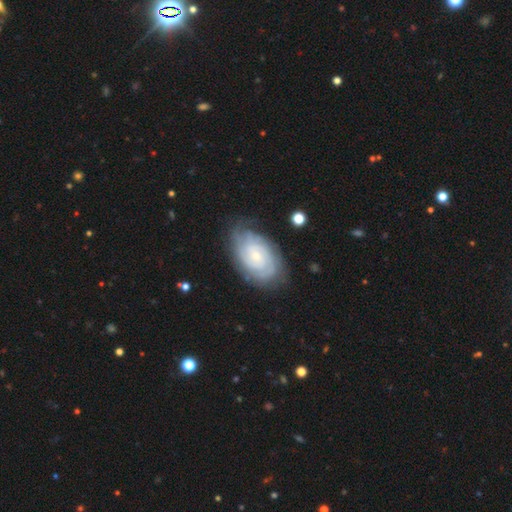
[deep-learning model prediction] Overall: featured or disk (77%). Edge-on disk: no (96%). Bar: no (74%). Spiral arms: yes (93%). Spiral arm count: can't tell (45%; 2 21%). Spiral winding: tight (76%). Bulge size: small (75%). Merging: none (75%).